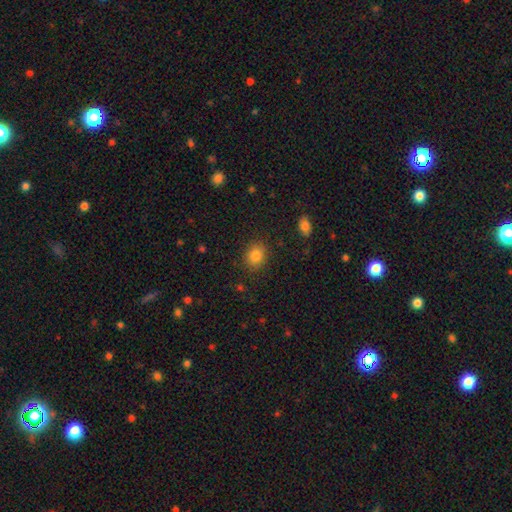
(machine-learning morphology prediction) smooth-or-featured: smooth: 84% | star or artifact: 10% | featured or disk: 6%
  how-rounded: round: 57% | in between: 42% | cigar-shaped: 1%
  merging: none: 87% | minor disturbance: 9% | major disturbance: 3% | merger: 1%